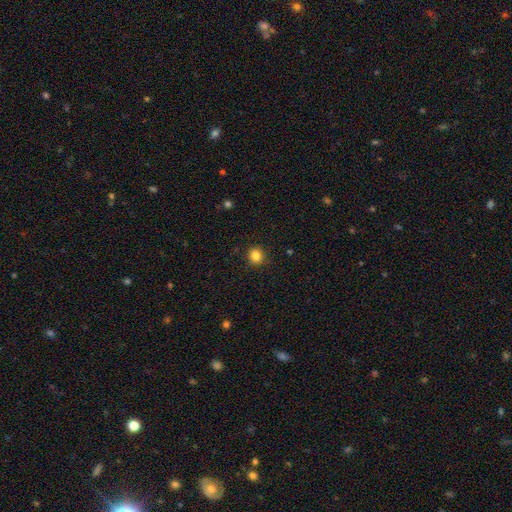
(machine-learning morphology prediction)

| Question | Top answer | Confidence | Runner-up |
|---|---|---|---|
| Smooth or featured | smooth | 84% | star or artifact (12%) |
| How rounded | round | 90% | in between (9%) |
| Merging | none | 91% | minor disturbance (6%) |